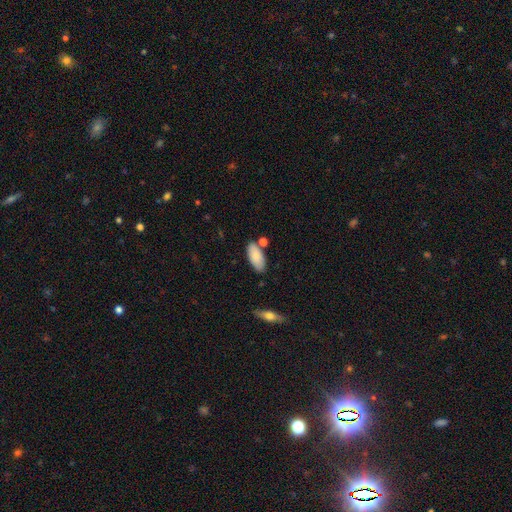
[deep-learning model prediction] Smooth or featured: smooth — 83% (featured or disk — 10%)
How rounded: in between — 87% (cigar-shaped — 11%)
Merging: none — 73% (minor disturbance — 14%)